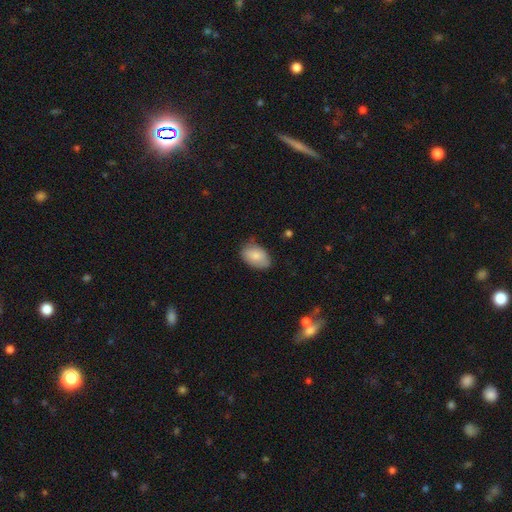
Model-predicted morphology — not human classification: A smooth galaxy with no disk features (82%) that is in between round and cigar-shaped (90%).

Vote fractions:
- Smooth or featured? smooth: 82% / featured or disk: 12% / star or artifact: 6%
- How rounded? in between: 90% / round: 9% / cigar-shaped: 1%
- Merging? none: 72% / minor disturbance: 23% / major disturbance: 4% / merger: 1%